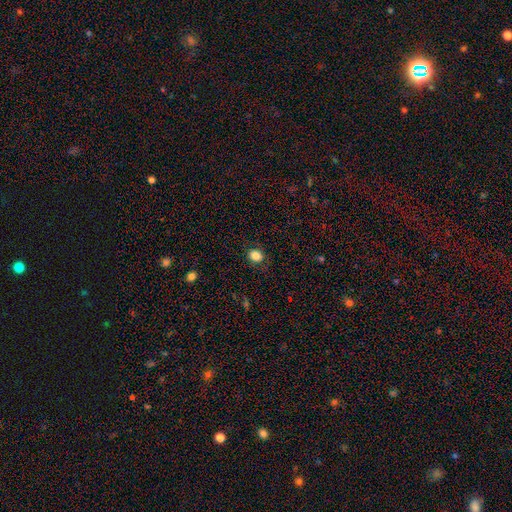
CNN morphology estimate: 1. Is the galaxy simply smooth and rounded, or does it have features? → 83% smooth, 11% star or artifact, 6% featured or disk.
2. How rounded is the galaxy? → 62% round, 37% in between, 1% cigar-shaped.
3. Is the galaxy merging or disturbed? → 83% none, 12% minor disturbance, 4% major disturbance, 1% merger.